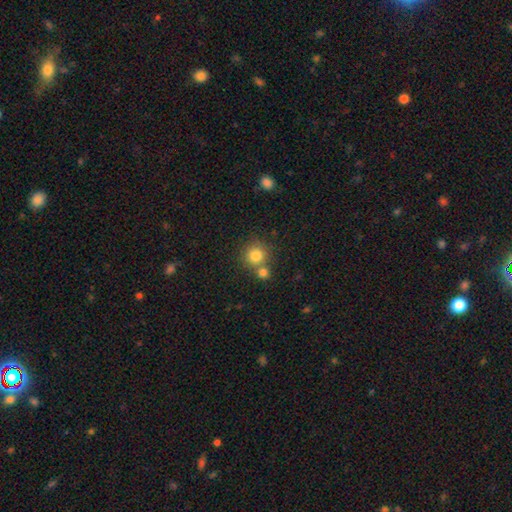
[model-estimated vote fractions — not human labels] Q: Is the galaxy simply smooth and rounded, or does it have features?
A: smooth — 81%.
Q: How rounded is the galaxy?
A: round — 91%.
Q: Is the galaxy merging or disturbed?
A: none — 59%.